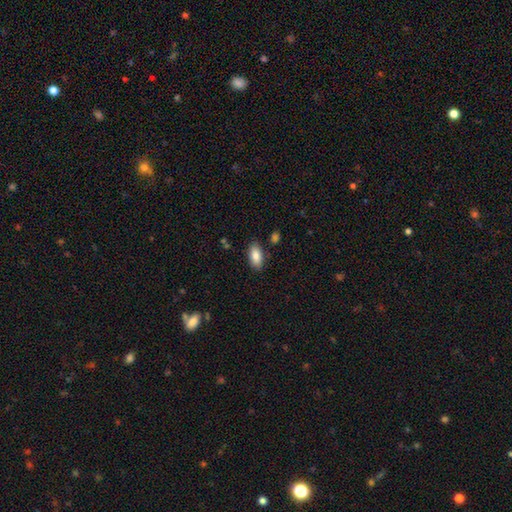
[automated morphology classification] The model was most divided on "merging": none: 84%, minor disturbance: 11%, merger: 3%, major disturbance: 3%. More confident: how rounded — in between (92%); smooth or featured — smooth (86%).